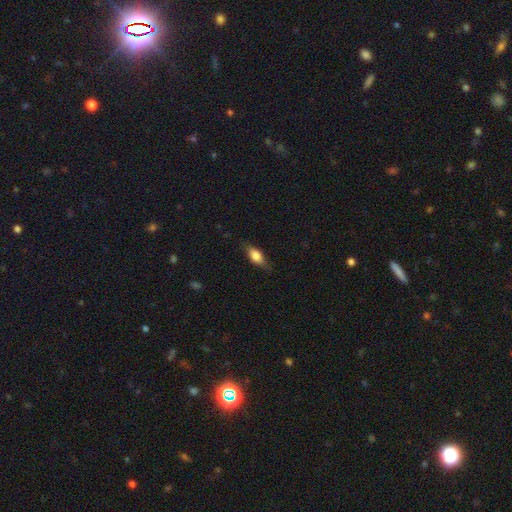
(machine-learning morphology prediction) This appears to be a smooth galaxy with no disk features (72%) that is in between round and cigar-shaped (77%). Merging: none (75%).